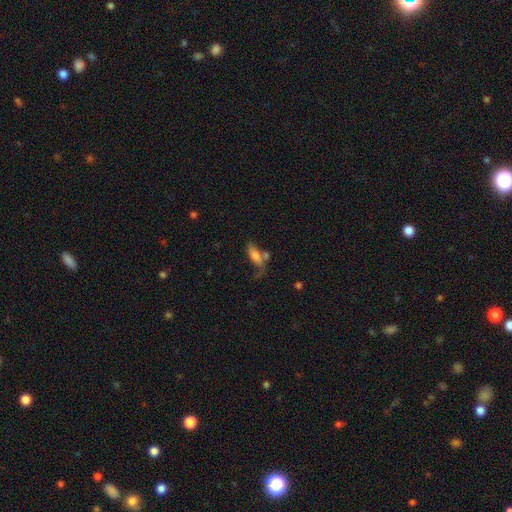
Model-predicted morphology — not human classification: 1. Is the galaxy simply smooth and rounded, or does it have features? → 65% smooth, 26% featured or disk, 10% star or artifact.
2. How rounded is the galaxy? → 64% in between, 33% cigar-shaped, 4% round.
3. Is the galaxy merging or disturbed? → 36% none, 22% minor disturbance, 21% merger, 20% major disturbance.